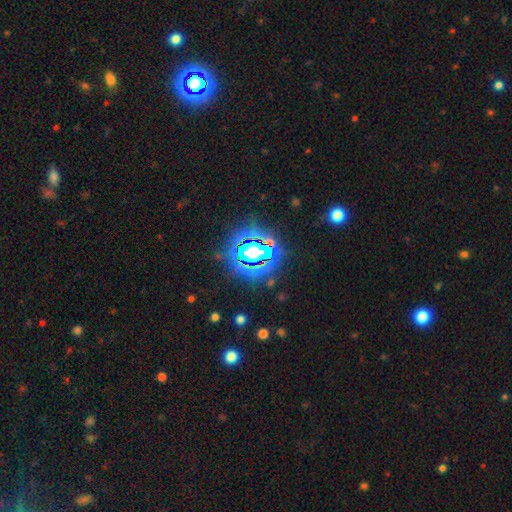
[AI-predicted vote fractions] This is likely a star or artifact rather than a galaxy (68%).